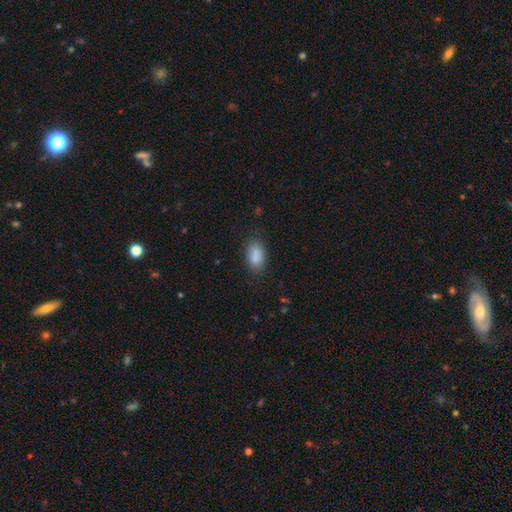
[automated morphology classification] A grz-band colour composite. It shows a smooth galaxy with no disk features (85%) that is in between round and cigar-shaped (90%). Merging: none (73%).